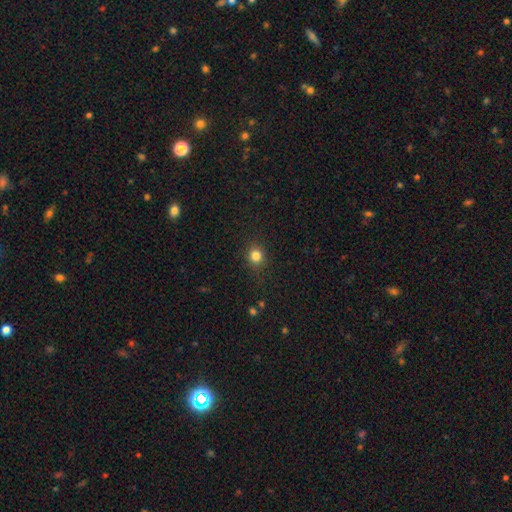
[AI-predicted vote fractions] Overall: smooth (82%). How rounded: round (84%). Merging: none (88%).